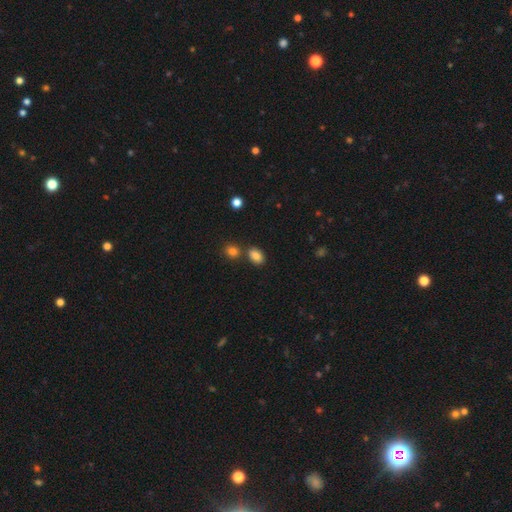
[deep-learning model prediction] This appears to be a smooth galaxy with no disk features (84%) that is in between round and cigar-shaped (81%). Merging: none (70%).